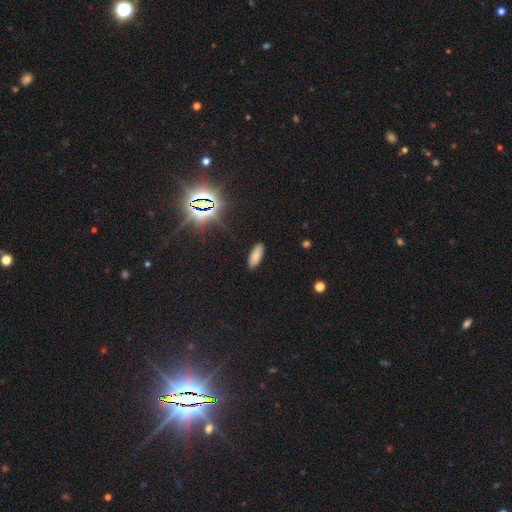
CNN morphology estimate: This appears to be a smooth galaxy with no disk features (81%) that is in between round and cigar-shaped (76%). Merging: none (88%).